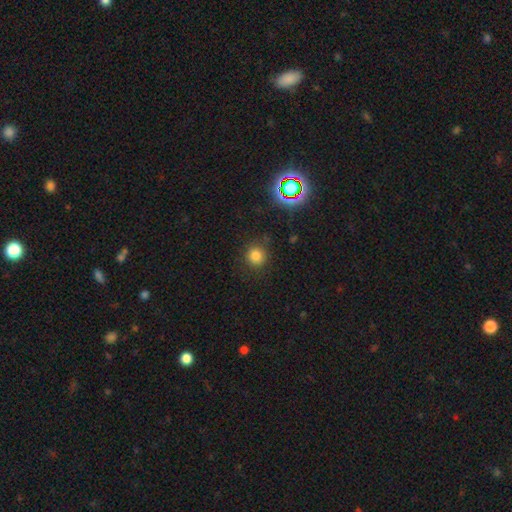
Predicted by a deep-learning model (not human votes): Morphology: type=smooth (79%); roundness=round (92%); merging=none (86%).